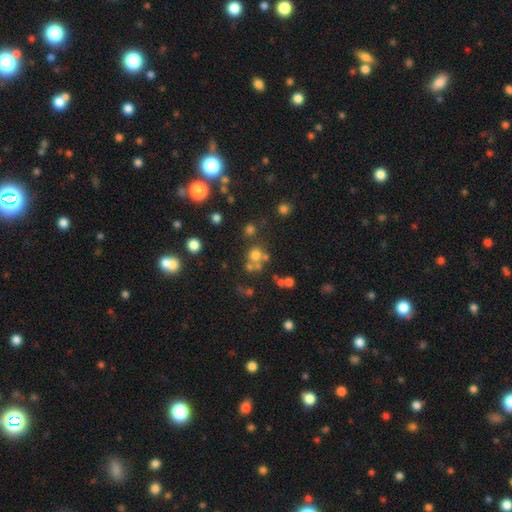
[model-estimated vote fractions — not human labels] This is possibly a smooth galaxy (60%). How rounded: clearly round (87%). Merging: possibly none (59%).